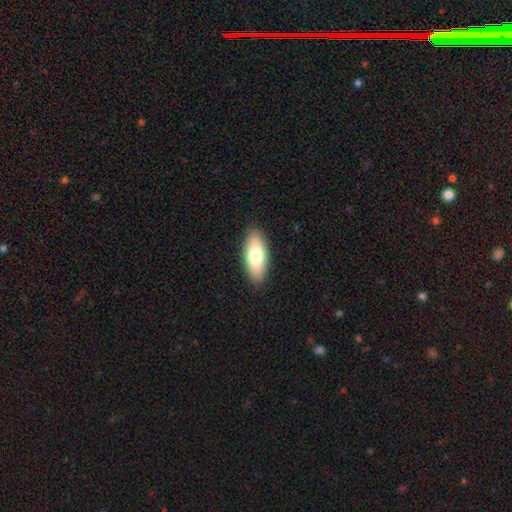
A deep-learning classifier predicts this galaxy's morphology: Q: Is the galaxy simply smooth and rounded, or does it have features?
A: smooth — 72%.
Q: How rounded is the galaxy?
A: in between — 80%.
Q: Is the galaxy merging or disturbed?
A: none — 89%.